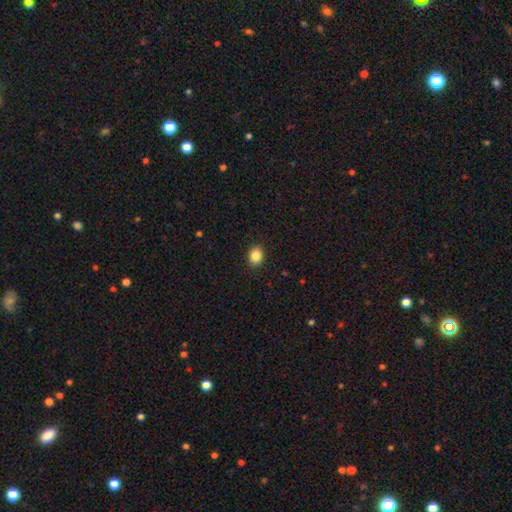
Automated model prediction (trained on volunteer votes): smooth 87%, star or artifact 9%, featured or disk 4%. Down the decision tree: how rounded — in between (61%); merging — none (90%).